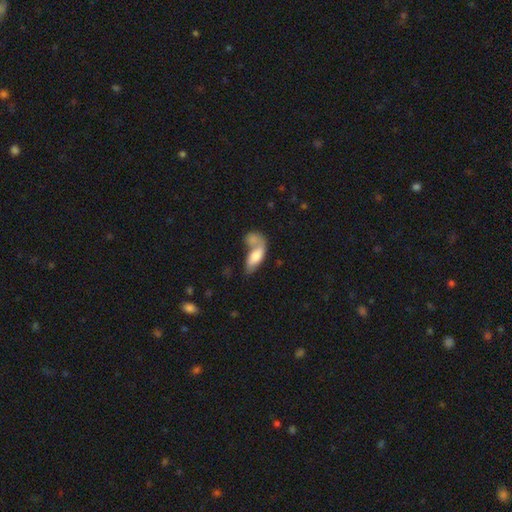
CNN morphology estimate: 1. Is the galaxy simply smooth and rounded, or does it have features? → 66% smooth, 27% featured or disk, 7% star or artifact.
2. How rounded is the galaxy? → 80% in between, 16% cigar-shaped, 4% round.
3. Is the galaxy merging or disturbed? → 54% merger, 21% none, 15% major disturbance, 11% minor disturbance.